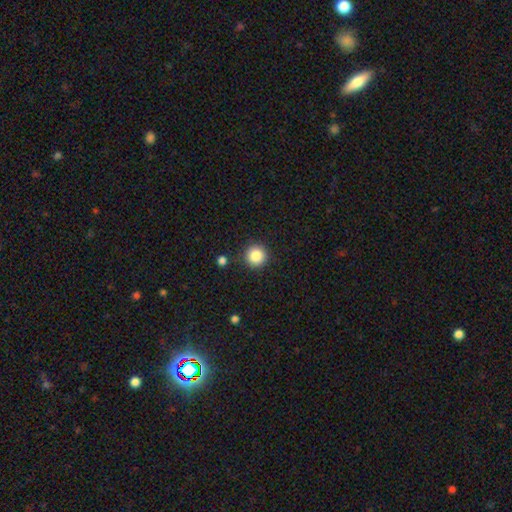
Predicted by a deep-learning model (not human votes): A smooth galaxy with no disk features (85%) that is round (95%). Merging: none (89%).